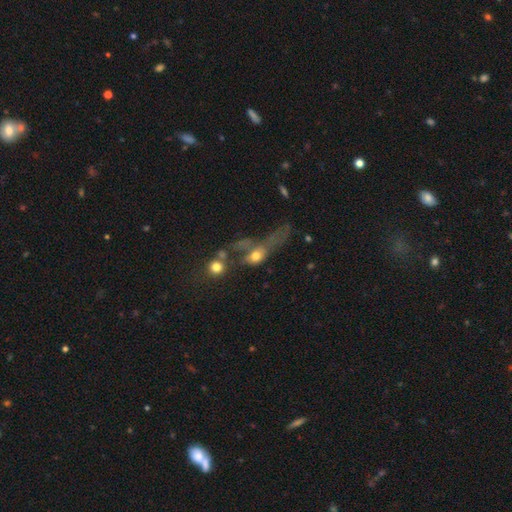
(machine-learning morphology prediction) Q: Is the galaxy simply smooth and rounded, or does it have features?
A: smooth — 59%.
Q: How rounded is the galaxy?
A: in between — 48%.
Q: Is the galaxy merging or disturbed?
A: merger — 34%, tied with major disturbance.